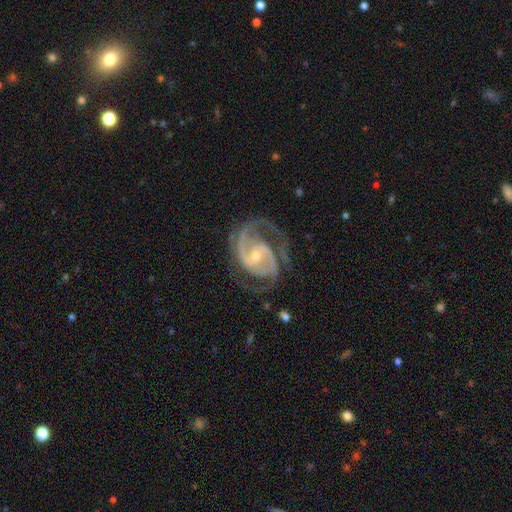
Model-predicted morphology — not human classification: This is clearly a featured or disk galaxy (92%). It is clearly not viewed edge-on (98%). Bar: marginally weak (42%). Spiral arm pattern: clearly yes (98%). Spiral arm count: likely 2 (77%). Spiral winding: possibly medium (56%). Central bulge: likely small (63%). Merging: likely none (68%).